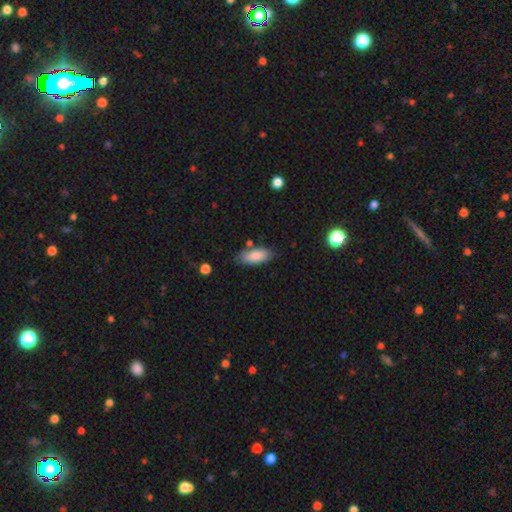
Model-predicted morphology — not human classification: smooth_or_featured: smooth (p=0.86) [alt: featured or disk p=0.08]
how_rounded: in between (p=0.84) [alt: cigar-shaped p=0.14]
merging: none (p=0.77) [alt: minor disturbance p=0.15]